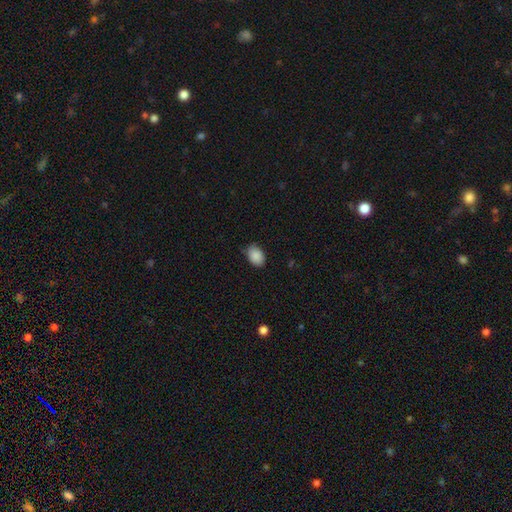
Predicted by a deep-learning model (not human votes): Smooth or featured? Predicted: smooth (p=0.89). How rounded? Predicted: in between (p=0.80). Merging? Predicted: none (p=0.78).